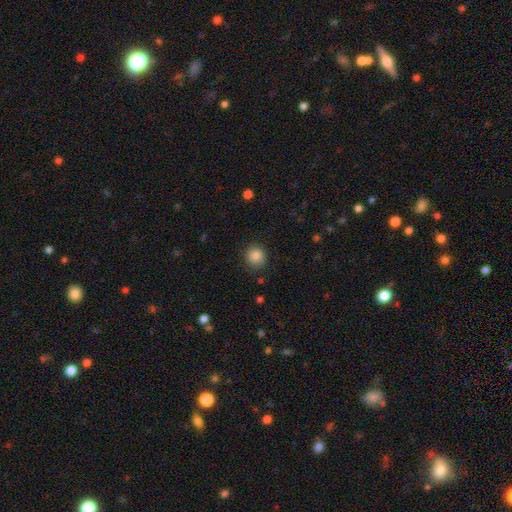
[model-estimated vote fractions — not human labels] Smooth or featured? Predicted: smooth (p=0.85). How rounded? Predicted: round (p=0.85). Merging? Predicted: none (p=0.85).